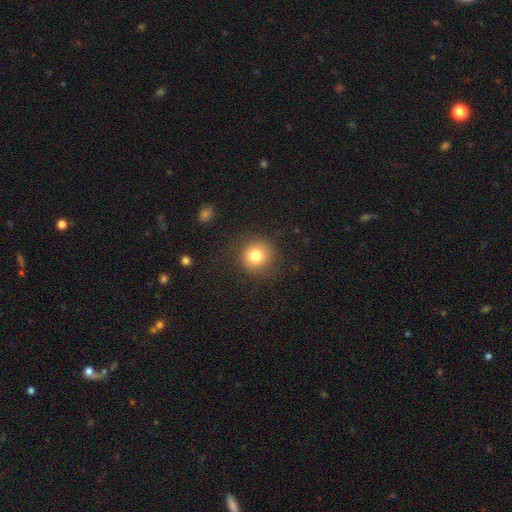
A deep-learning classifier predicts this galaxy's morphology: This appears to be a smooth galaxy with no disk features (79%) that is round (90%). Merging: none (83%).